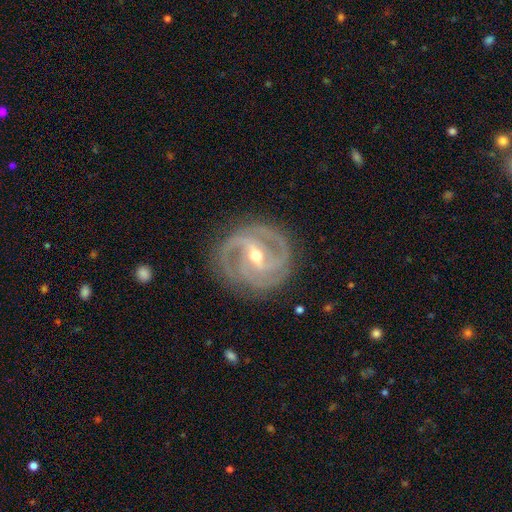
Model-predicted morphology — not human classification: The model was most divided on "spiral arm count": 3: 39%, 2: 38%, can't tell: 8%, 4: 7%, 1: 4%, more than 4: 4%. Remaining: spiral arms — yes (98%); edge-on disk — no (97%); smooth or featured — featured or disk (92%); merging — none (82%); bulge size — moderate (58%); spiral winding — tight (56%); bar — strong (50%).